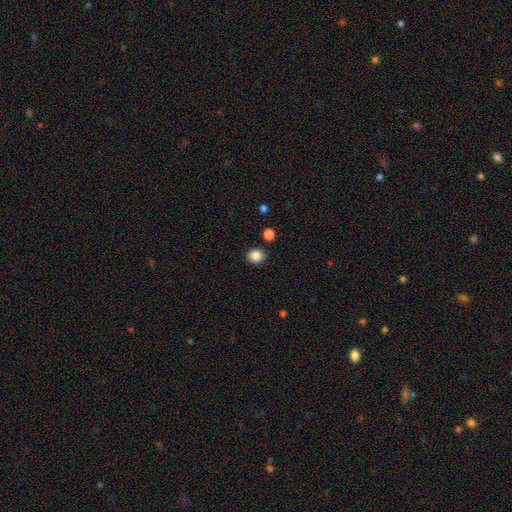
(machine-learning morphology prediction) This appears to be a smooth galaxy with no disk features (86%) that is round (80%). Merging: none (87%).